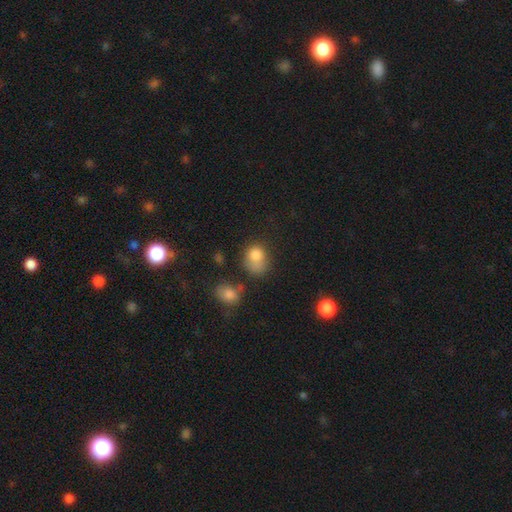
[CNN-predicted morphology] Smooth or featured: smooth — 78% (star or artifact — 11%)
How rounded: round — 55% (in between — 44%)
Merging: none — 37% (minor disturbance — 26%)